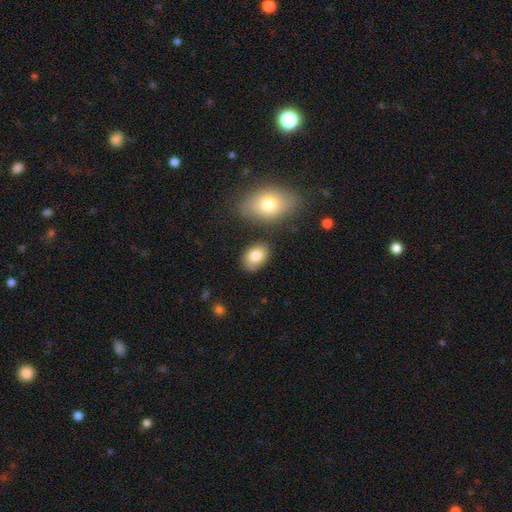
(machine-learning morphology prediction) smooth_or_featured: smooth (p=0.82) [alt: featured or disk p=0.10]
how_rounded: in between (p=0.79) [alt: round p=0.20]
merging: none (p=0.73) [alt: minor disturbance p=0.16]